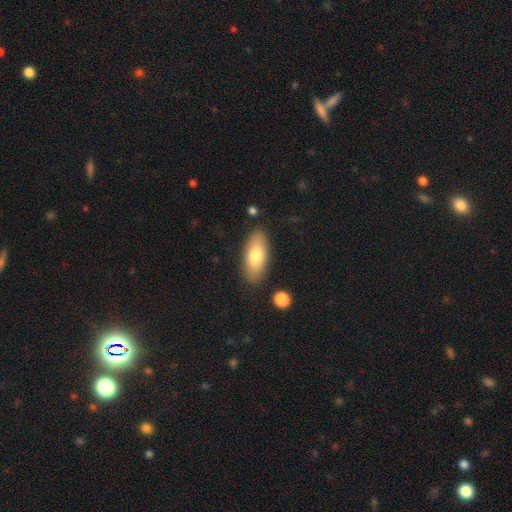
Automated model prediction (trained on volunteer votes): smooth-or-featured: smooth: 75% | featured or disk: 19% | star or artifact: 6%
  how-rounded: in between: 83% | cigar-shaped: 15% | round: 2%
  merging: none: 85% | minor disturbance: 10% | major disturbance: 2% | merger: 2%